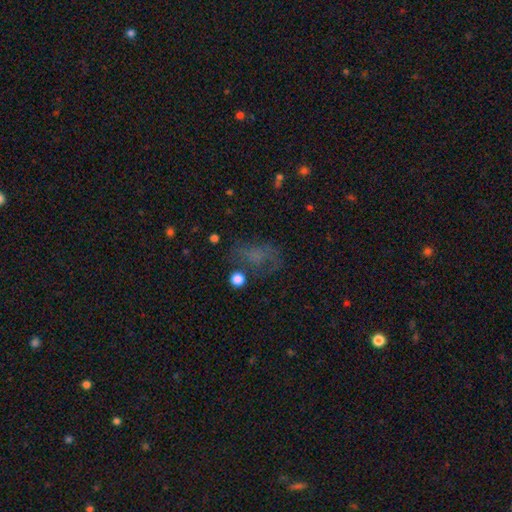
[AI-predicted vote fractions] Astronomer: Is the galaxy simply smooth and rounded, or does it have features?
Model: smooth — 42% (runner-up: featured or disk, 31%).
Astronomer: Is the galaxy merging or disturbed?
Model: none — 46% (runner-up: major disturbance, 28%).